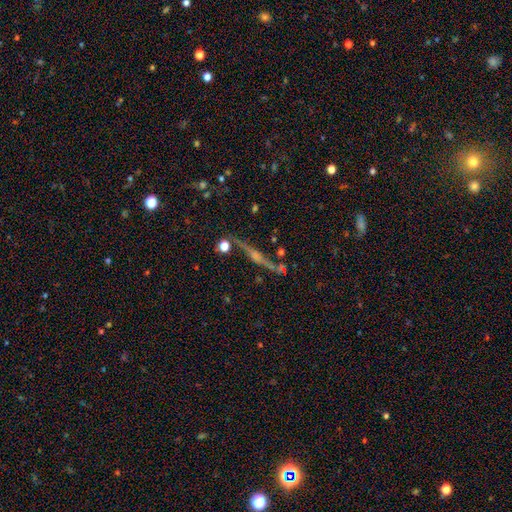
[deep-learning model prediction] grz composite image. It shows a featured or disk galaxy (78%) viewed edge-on (94%) with a rounded central bulge (84%). Merging: none (78%).